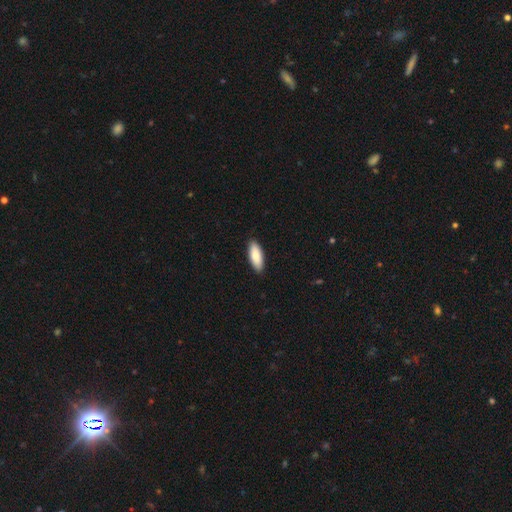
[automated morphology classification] Q: Smooth or featured?
A: smooth (83%); runner-up: featured or disk (12%)
Q: How rounded?
A: in between (73%); runner-up: cigar-shaped (25%)
Q: Merging?
A: none (90%); runner-up: minor disturbance (8%)